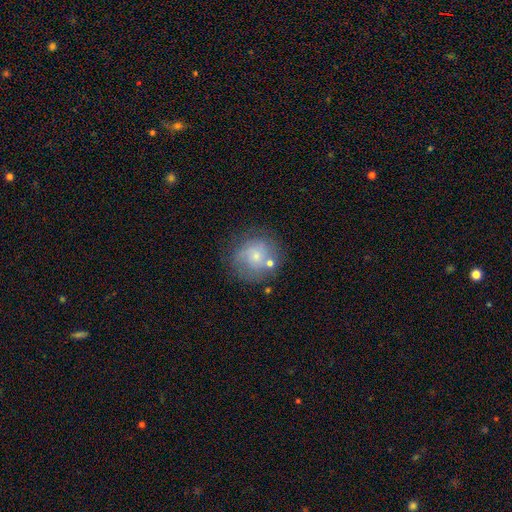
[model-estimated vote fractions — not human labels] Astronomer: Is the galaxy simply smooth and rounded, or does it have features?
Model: smooth — 54% (runner-up: featured or disk, 37%).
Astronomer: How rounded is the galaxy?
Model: round — 88%.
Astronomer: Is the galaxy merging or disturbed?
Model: none — 61%.